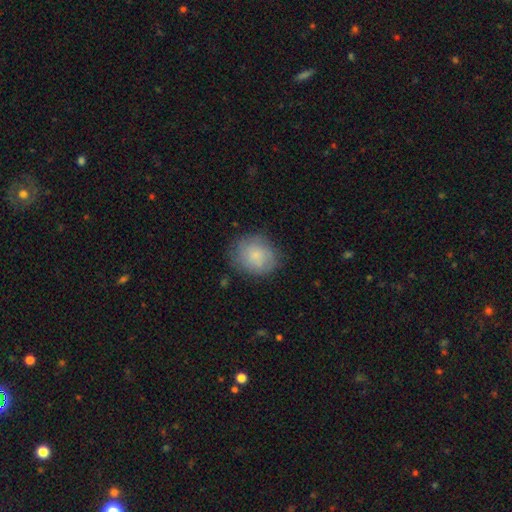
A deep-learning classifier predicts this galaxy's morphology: Smooth or featured?
  - smooth: 73% *
  - featured or disk: 19%
  - star or artifact: 8%
How rounded?
  - round: 70% *
  - in between: 29%
  - cigar-shaped: 1%
Merging?
  - none: 74% *
  - minor disturbance: 19%
  - major disturbance: 6%
  - merger: 1%